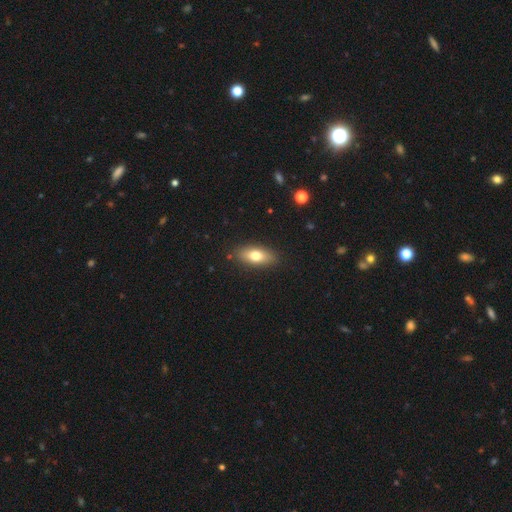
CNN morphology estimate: Smooth or featured?
  - smooth: 73% *
  - featured or disk: 20%
  - star or artifact: 7%
How rounded?
  - in between: 80% *
  - cigar-shaped: 16%
  - round: 5%
Merging?
  - none: 87% *
  - minor disturbance: 10%
  - major disturbance: 2%
  - merger: 1%